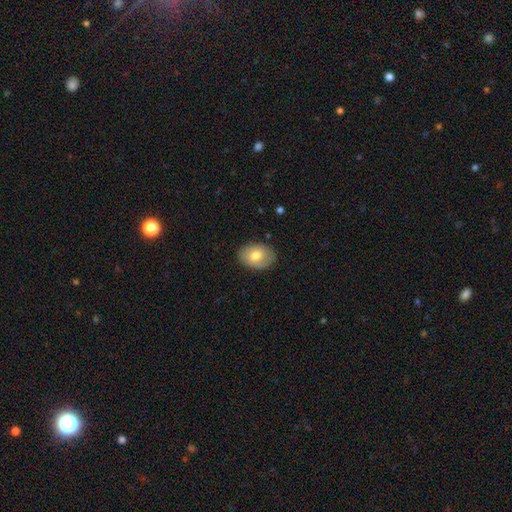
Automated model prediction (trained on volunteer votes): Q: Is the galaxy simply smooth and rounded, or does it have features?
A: smooth — 69%.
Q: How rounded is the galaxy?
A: in between — 77%.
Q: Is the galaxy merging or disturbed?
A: none — 83%.